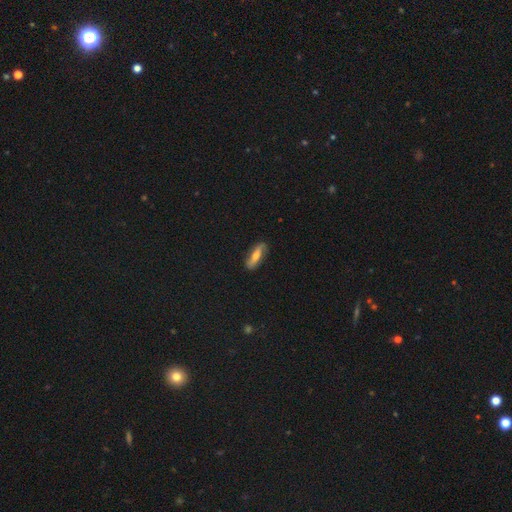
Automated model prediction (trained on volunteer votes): A featured or disk galaxy (54%).

Vote fractions:
- Smooth or featured? featured or disk: 54% / smooth: 39% / star or artifact: 7%
- Edge-on disk? no: 64% / yes: 36%
- Merging? none: 82% / minor disturbance: 14% / major disturbance: 3% / merger: 1%